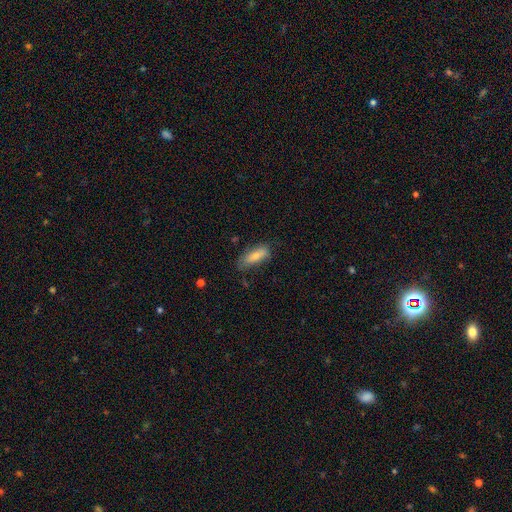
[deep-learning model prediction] A smooth galaxy with no disk features (74%) that is in between round and cigar-shaped (71%). Merging: none (66%).